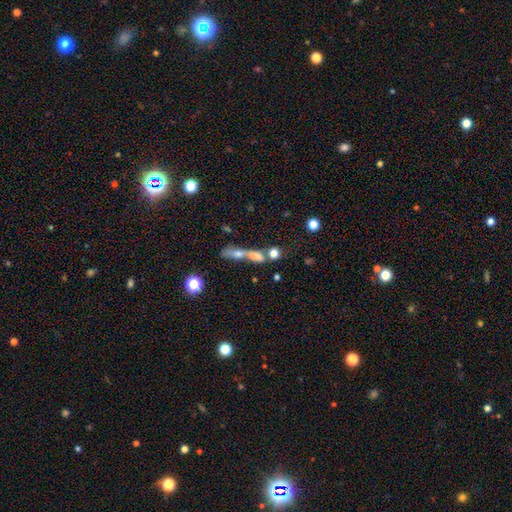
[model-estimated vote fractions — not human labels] Smooth or featured?
  - smooth: 45% *
  - featured or disk: 38%
  - star or artifact: 17%
Merging?
  - merger: 49% *
  - none: 29%
  - major disturbance: 12%
  - minor disturbance: 10%